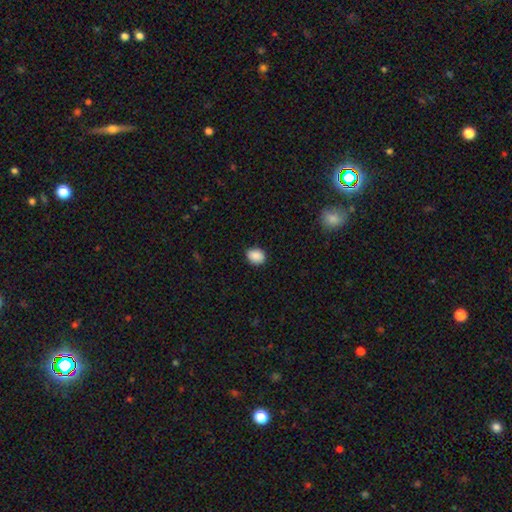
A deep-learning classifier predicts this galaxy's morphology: Smooth or featured? Predicted: smooth (p=0.89). How rounded? Predicted: in between (p=0.52). Merging? Predicted: none (p=0.87).